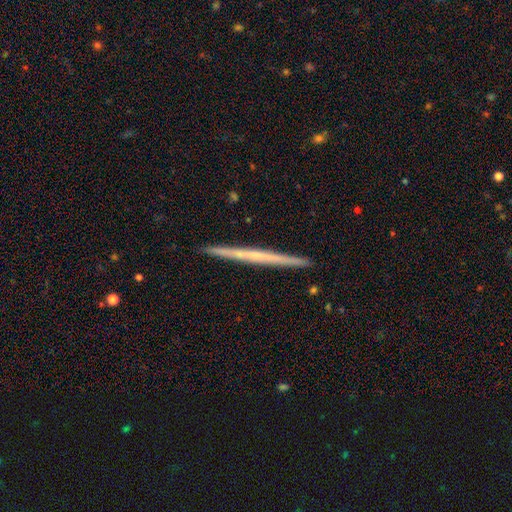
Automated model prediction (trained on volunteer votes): A featured or disk galaxy (61%) viewed edge-on (98%) with no central bulge (80%).

Vote fractions:
- Smooth or featured? featured or disk: 61% / smooth: 34% / star or artifact: 6%
- Edge-on disk? yes: 98% / no: 2%
- Edge-on bulge? none: 80% / rounded: 16% / boxy: 4%
- Merging? none: 93% / minor disturbance: 5% / merger: 1% / major disturbance: 1%